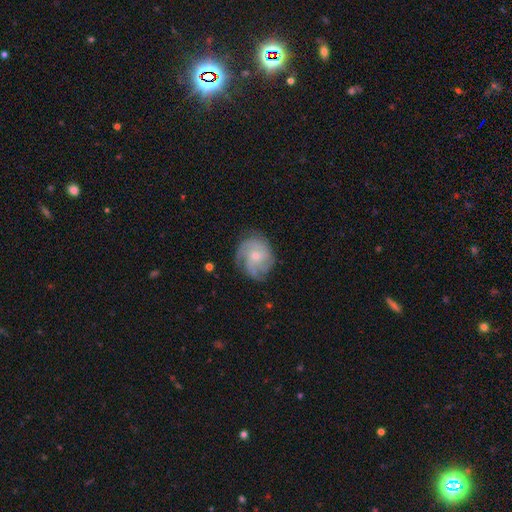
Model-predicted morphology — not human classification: smooth_or_featured: featured or disk (p=0.78) [alt: smooth p=0.15]
disk_edge_on: no (p=0.98) [alt: yes p=0.02]
bar: no (p=0.77) [alt: weak p=0.20]
has_spiral_arms: yes (p=0.94) [alt: no p=0.06]
spiral_winding: tight (p=0.49) [alt: medium p=0.39]
spiral_arm_count: 4 (p=0.30) [alt: 3 p=0.25]
bulge_size: small (p=0.68) [alt: moderate p=0.28]
merging: none (p=0.73) [alt: minor disturbance p=0.18]